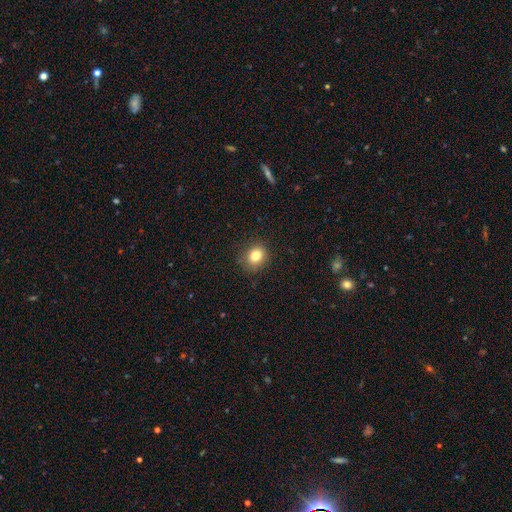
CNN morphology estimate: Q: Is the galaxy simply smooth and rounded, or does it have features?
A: smooth — 82%.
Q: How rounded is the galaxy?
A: round — 68%.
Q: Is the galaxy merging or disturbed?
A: none — 87%.